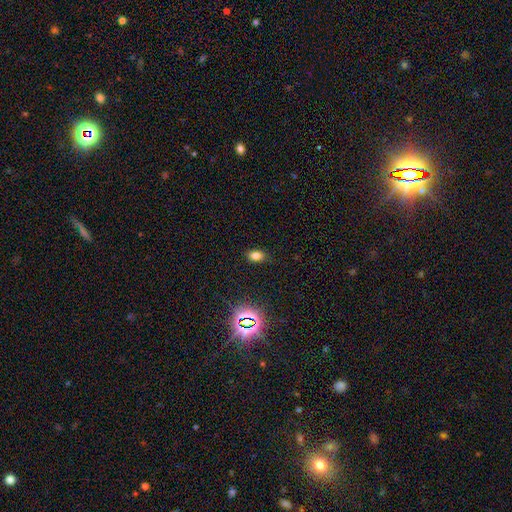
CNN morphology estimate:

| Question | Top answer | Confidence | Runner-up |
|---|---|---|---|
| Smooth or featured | smooth | 73% | star or artifact (20%) |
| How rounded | in between | 83% | round (14%) |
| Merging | none | 86% | minor disturbance (10%) |